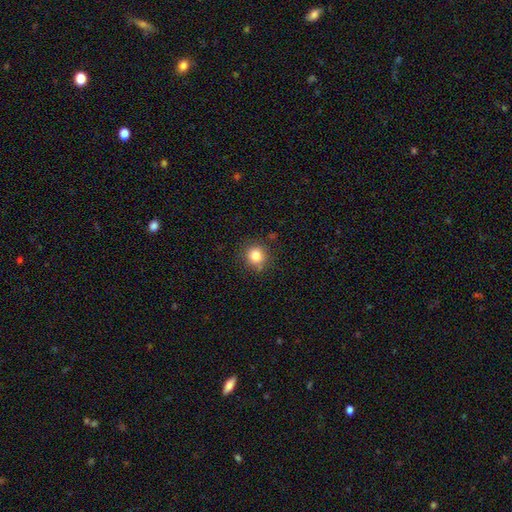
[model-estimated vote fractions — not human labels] A smooth galaxy with no disk features (82%) that is round (88%).

Vote fractions:
- Smooth or featured? smooth: 82% / star or artifact: 11% / featured or disk: 6%
- How rounded? round: 88% / in between: 11% / cigar-shaped: 1%
- Merging? none: 84% / minor disturbance: 10% / merger: 3% / major disturbance: 3%